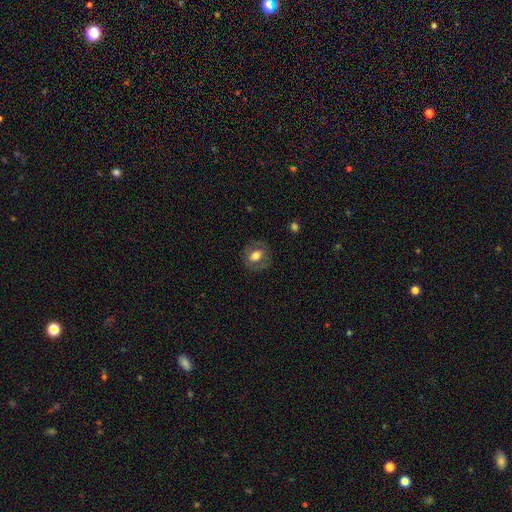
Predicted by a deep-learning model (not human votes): Smooth or featured? smooth (60%)
How rounded? round (54%)
Merging? none (80%)